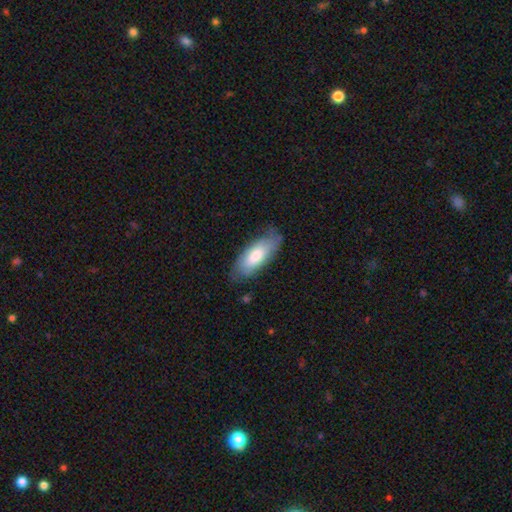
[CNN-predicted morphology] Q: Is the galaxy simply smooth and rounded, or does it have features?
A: smooth — 71%.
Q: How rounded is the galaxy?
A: in between — 77%.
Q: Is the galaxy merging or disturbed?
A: none — 73%.